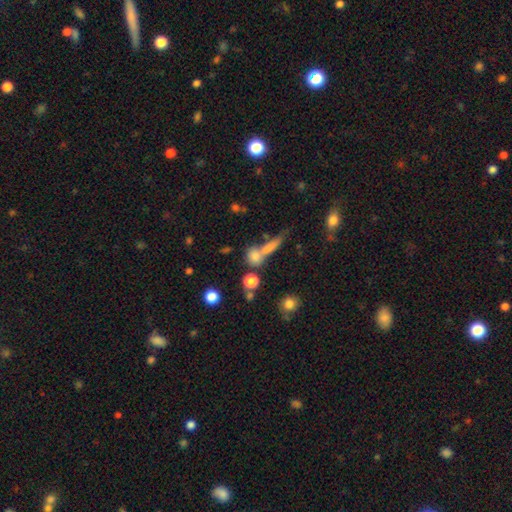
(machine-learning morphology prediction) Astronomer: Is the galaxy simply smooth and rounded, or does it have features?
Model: smooth — 72%.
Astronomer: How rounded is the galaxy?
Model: round — 61%.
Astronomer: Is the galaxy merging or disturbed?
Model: none — 48% (runner-up: merger, 36%).